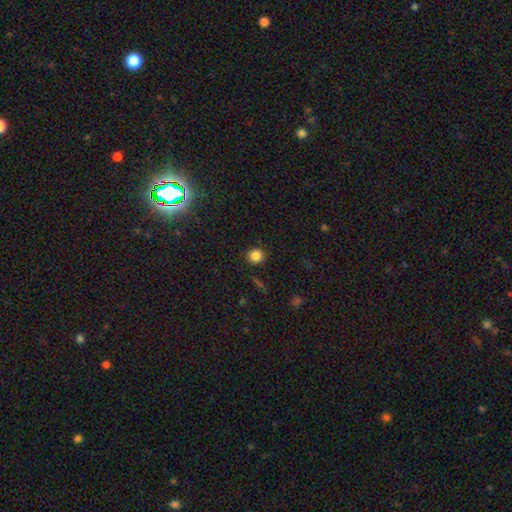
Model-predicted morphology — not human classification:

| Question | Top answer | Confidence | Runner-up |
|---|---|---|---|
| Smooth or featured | smooth | 84% | star or artifact (11%) |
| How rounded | round | 92% | in between (7%) |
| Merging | none | 91% | minor disturbance (6%) |